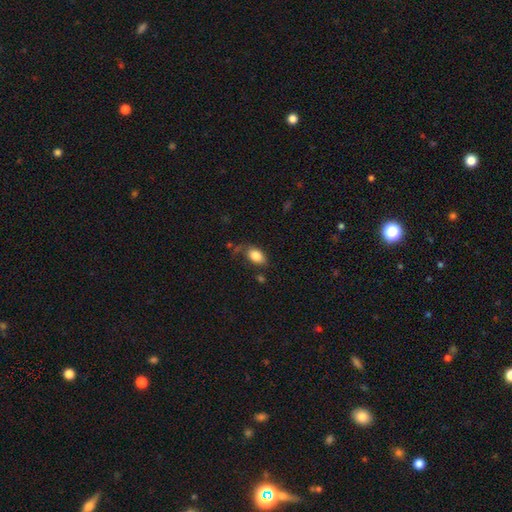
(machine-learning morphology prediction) smooth_or_featured: smooth (p=0.83) [alt: featured or disk p=0.09]
how_rounded: in between (p=0.89) [alt: round p=0.09]
merging: none (p=0.59) [alt: minor disturbance p=0.23]